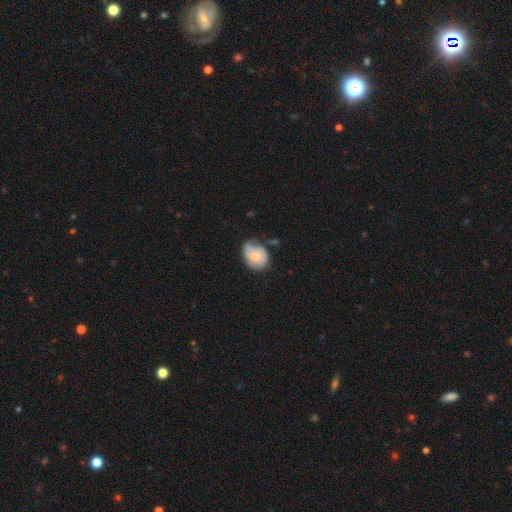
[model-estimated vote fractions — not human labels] Smooth or featured: smooth — 48% (featured or disk — 45%)
Merging: none — 52% (minor disturbance — 34%)